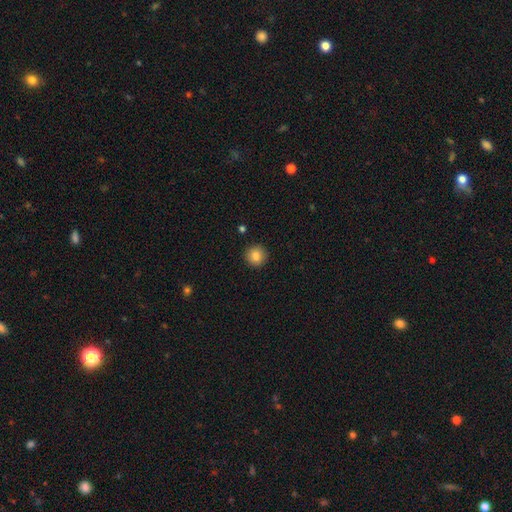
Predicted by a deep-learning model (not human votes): This appears to be a smooth galaxy with no disk features (85%) that is round (94%). Merging: none (92%).